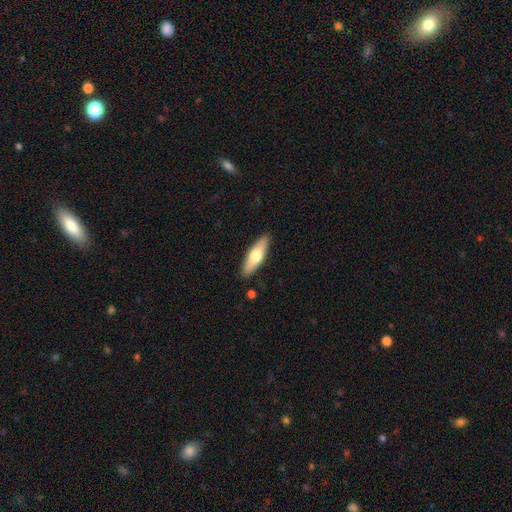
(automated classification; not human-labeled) smooth-or-featured: smooth: 59% | featured or disk: 36% | star or artifact: 5%
  how-rounded: cigar-shaped: 49% (tied) | in between: 49% (tied) | round: 2%
  merging: none: 89% | minor disturbance: 8% | major disturbance: 2% | merger: 1%